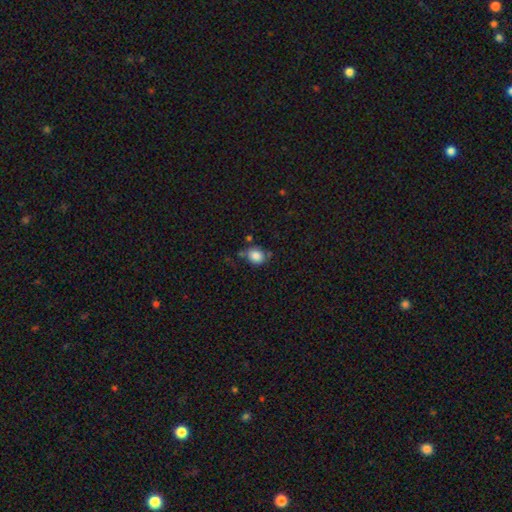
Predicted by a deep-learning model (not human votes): Morphology: type=smooth (85%); roundness=round (61%); merging=none (67%).